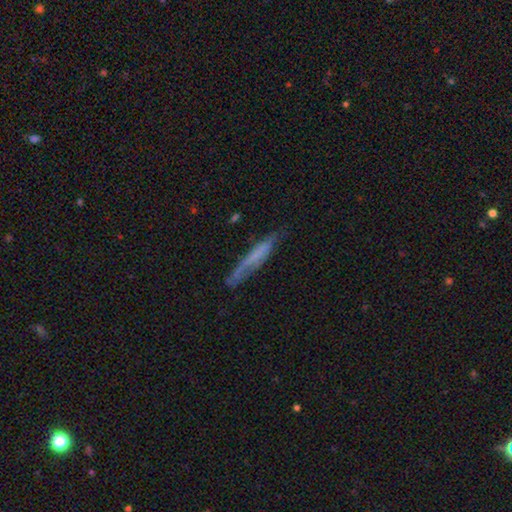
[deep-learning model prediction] Overall: smooth (49%; featured or disk 43%). Merging: none (63%; minor disturbance 26%).